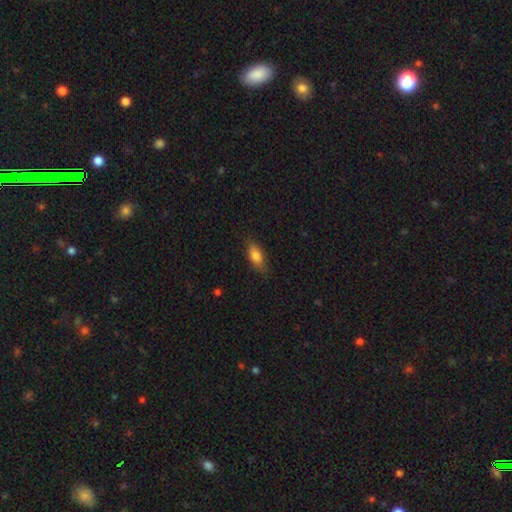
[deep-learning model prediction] A smooth galaxy with no disk features (80%) that is in between round and cigar-shaped (82%). Merging: none (78%).